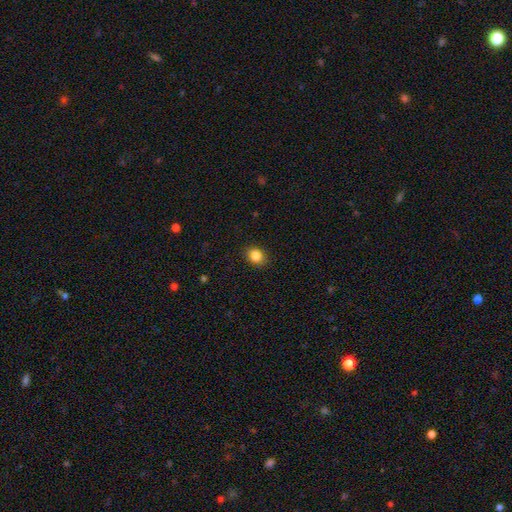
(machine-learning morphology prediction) Smooth or featured: smooth — 85% (star or artifact — 10%)
How rounded: round — 58% (in between — 41%)
Merging: none — 89% (minor disturbance — 8%)